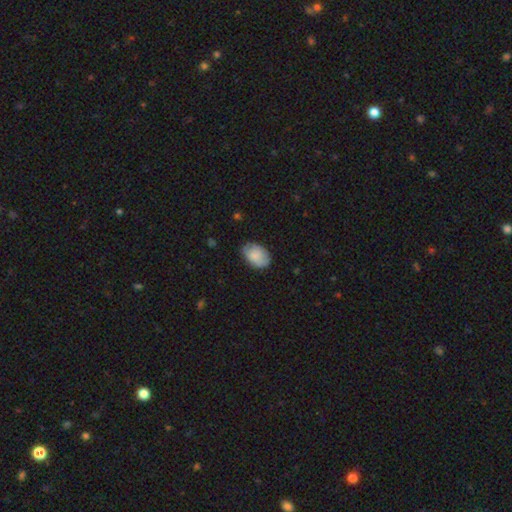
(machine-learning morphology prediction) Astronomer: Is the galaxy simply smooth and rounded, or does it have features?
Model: smooth — 80%.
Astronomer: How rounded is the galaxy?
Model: in between — 88%.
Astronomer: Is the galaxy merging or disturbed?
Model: none — 75%.